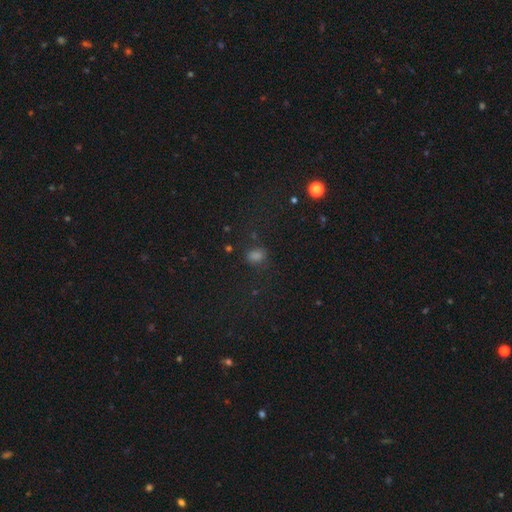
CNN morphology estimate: A smooth galaxy with no disk features (66%) that is in between round and cigar-shaped (63%). Merging: none (73%).